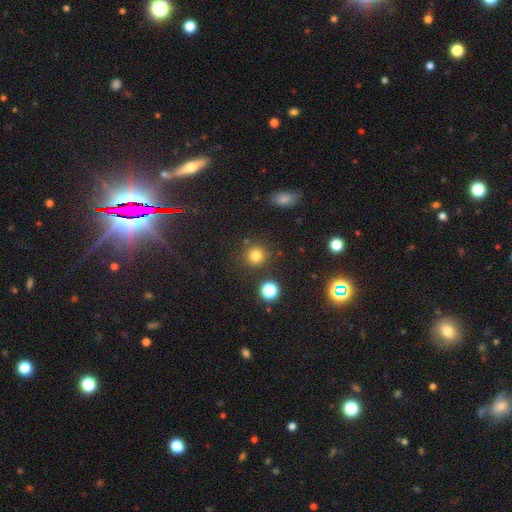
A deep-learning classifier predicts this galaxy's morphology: Overall: smooth (77%). How rounded: round (91%). Merging: none (83%).